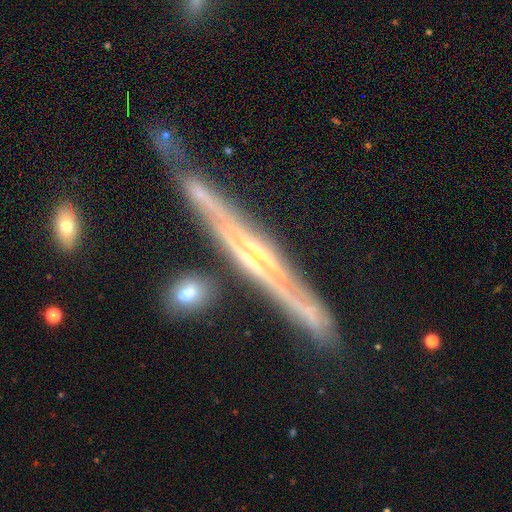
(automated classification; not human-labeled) featured or disk 84%, smooth 10%, star or artifact 6%. Down the decision tree: edge-on disk — yes (91%); edge-on bulge — rounded (45%); merging — none (72%).